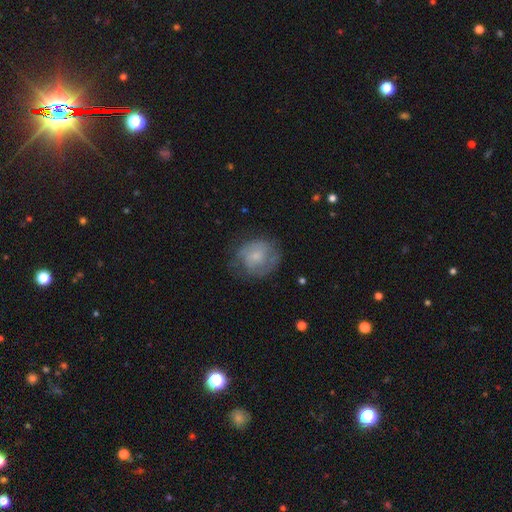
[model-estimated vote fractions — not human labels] featured or disk 50%, smooth 42%, star or artifact 8%. Down the decision tree: edge-on disk — no (97%); merging — none (62%).